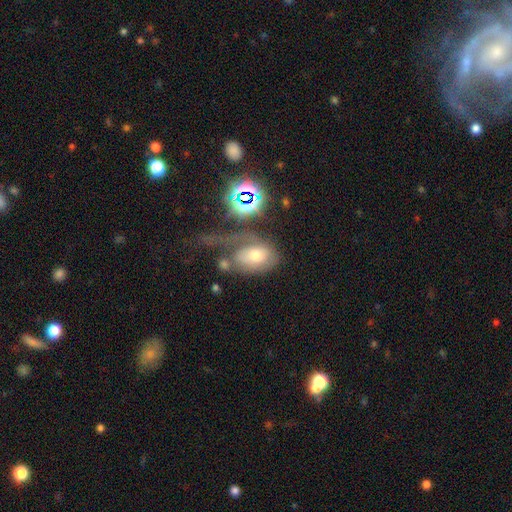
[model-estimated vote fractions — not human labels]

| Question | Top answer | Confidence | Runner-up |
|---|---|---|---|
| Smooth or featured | smooth | 43% | featured or disk (36%) |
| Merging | major disturbance | 35% | none (29%) |